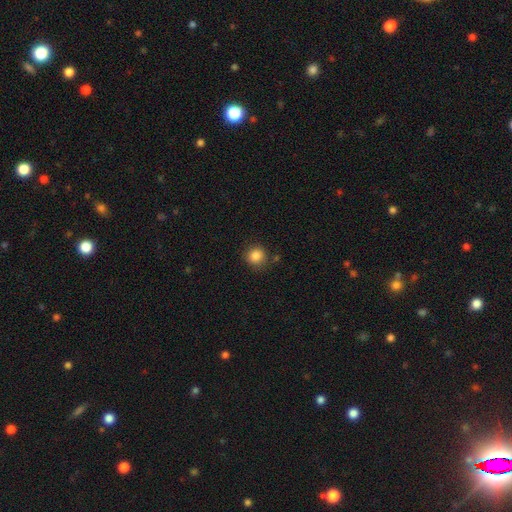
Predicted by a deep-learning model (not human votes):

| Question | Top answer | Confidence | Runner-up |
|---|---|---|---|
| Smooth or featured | smooth | 86% | star or artifact (10%) |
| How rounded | round | 89% | in between (10%) |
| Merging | none | 83% | minor disturbance (11%) |